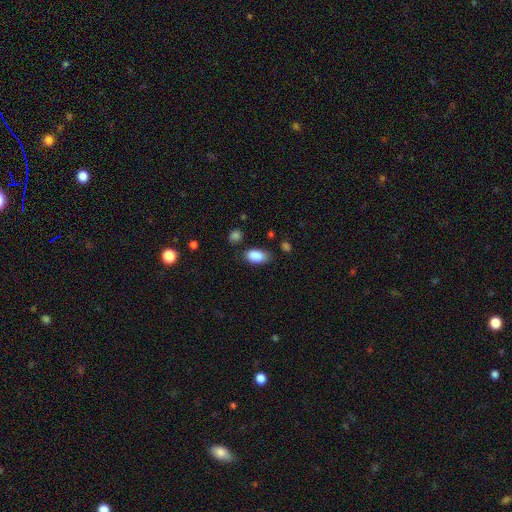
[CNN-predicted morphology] This is clearly a smooth galaxy (88%). How rounded: clearly in between (92%). Merging: likely none (73%).